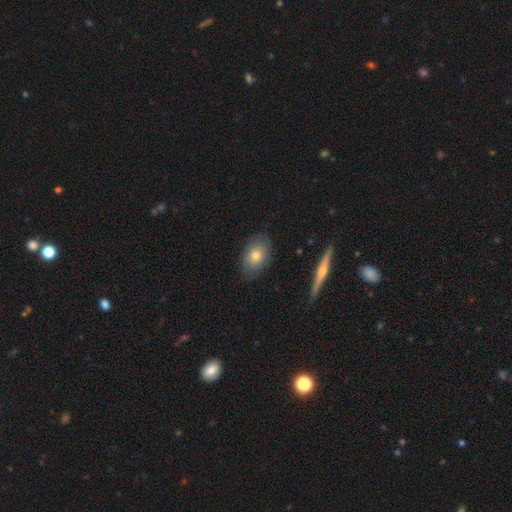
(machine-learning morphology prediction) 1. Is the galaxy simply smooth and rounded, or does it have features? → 70% smooth, 22% featured or disk, 8% star or artifact.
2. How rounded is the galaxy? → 79% in between, 18% round, 2% cigar-shaped.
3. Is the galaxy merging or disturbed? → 82% none, 13% minor disturbance, 3% major disturbance, 1% merger.